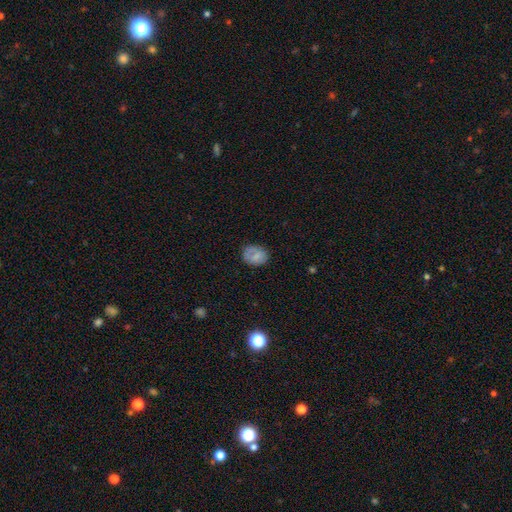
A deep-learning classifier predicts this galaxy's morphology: Smooth or featured? Predicted: smooth (p=0.72). How rounded? Predicted: in between (p=0.57). Merging? Predicted: none (p=0.68).